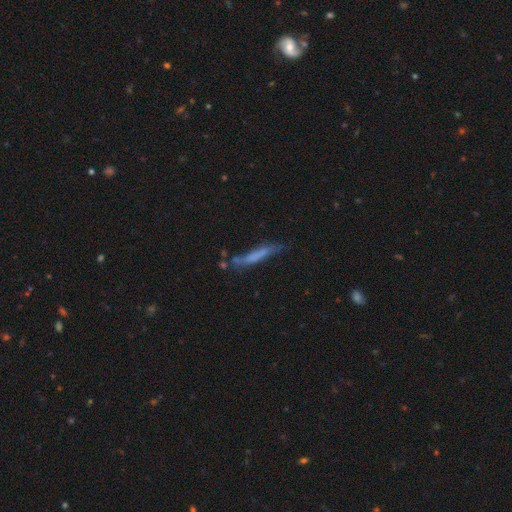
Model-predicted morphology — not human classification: Overall: smooth (53%; featured or disk 37%). How rounded: cigar-shaped (92%). Merging: none (60%; minor disturbance 24%).